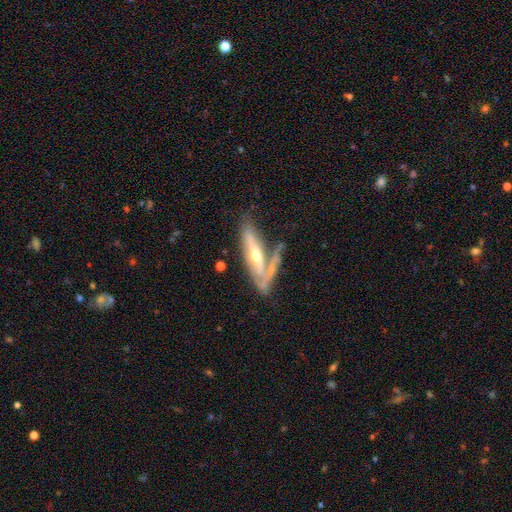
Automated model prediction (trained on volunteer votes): Smooth or featured: featured or disk — 69% (smooth — 26%)
Edge-on disk: yes — 59% (no — 41%)
Merging: none — 39% (merger — 26%)